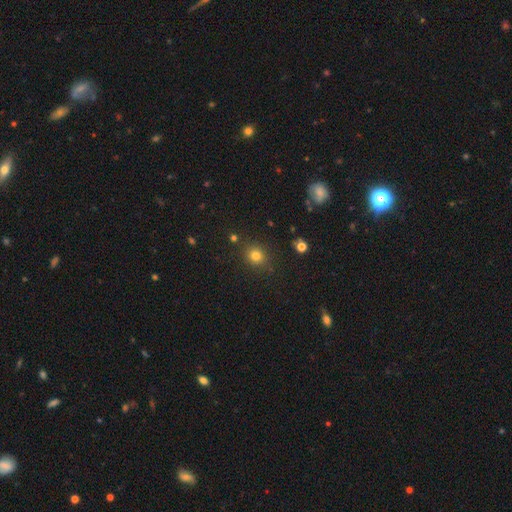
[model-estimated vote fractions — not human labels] The model was most divided on "how rounded": round: 78%, in between: 21%, cigar-shaped: 1%. More confident: merging — none (85%); smooth or featured — smooth (79%).